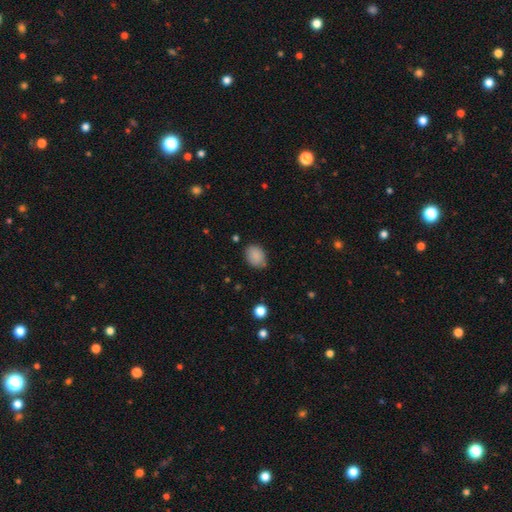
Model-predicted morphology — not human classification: Smooth or featured? Predicted: smooth (p=0.87). How rounded? Predicted: in between (p=0.64). Merging? Predicted: none (p=0.71).